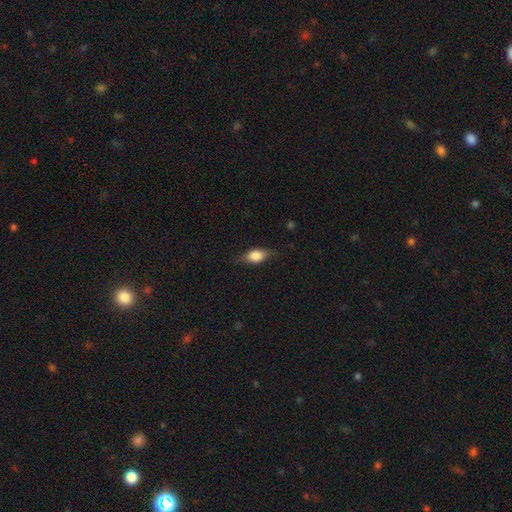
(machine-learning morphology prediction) This appears to be a smooth galaxy with no disk features (67%) that is in between round and cigar-shaped (78%). Merging: none (74%).